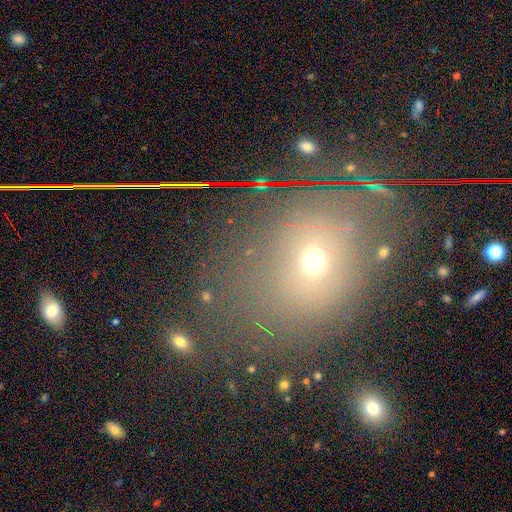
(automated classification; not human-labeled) Smooth or featured? Predicted: smooth (p=0.53). How rounded? Predicted: in between (p=0.58). Merging? Predicted: none (p=0.72).